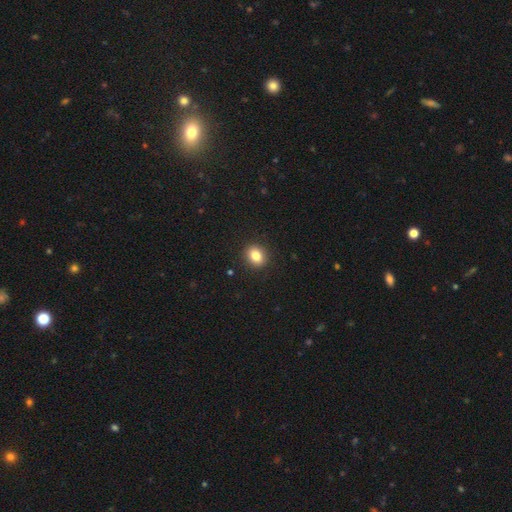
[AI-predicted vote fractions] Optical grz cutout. It shows a smooth galaxy with no disk features (83%) that is round (58%). Merging: none (91%).